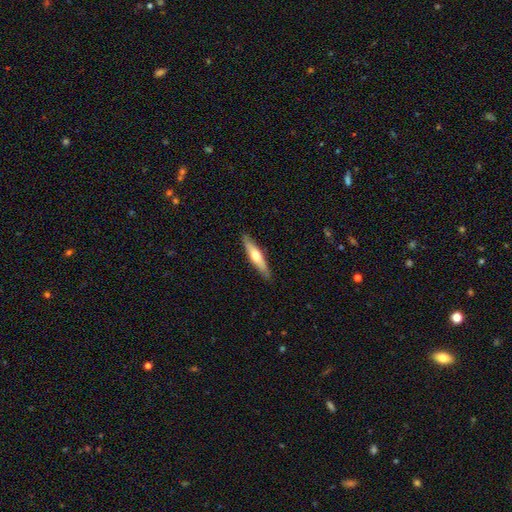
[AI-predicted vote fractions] This appears to be a featured or disk galaxy (48%). Merging: none (89%).